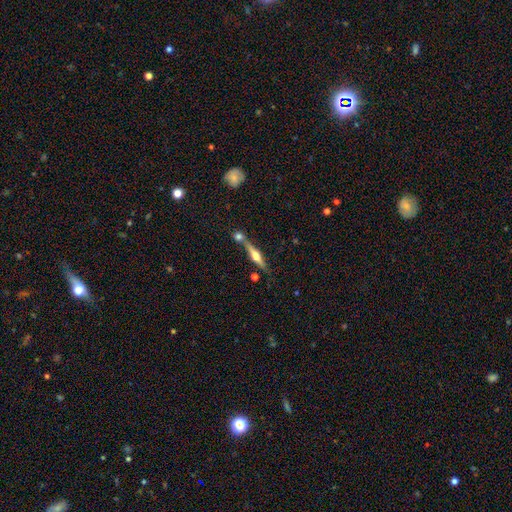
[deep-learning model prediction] This is likely a featured or disk galaxy (66%). It is clearly viewed edge-on (96%). Edge-on bulge: clearly rounded (90%). Merging: likely none (60%).